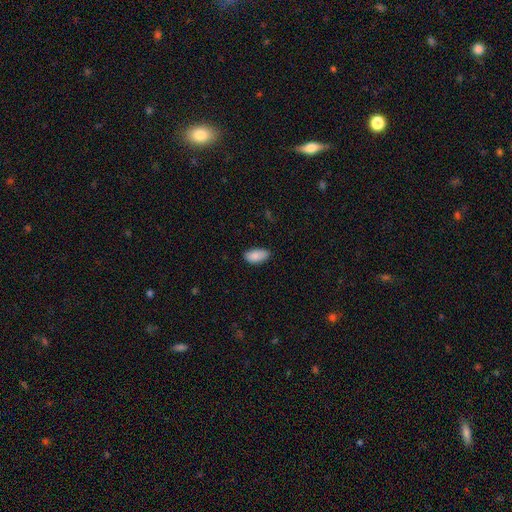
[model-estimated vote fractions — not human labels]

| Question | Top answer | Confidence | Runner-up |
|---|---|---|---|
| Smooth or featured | smooth | 87% | star or artifact (7%) |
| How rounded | in between | 94% | cigar-shaped (3%) |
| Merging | none | 79% | minor disturbance (17%) |